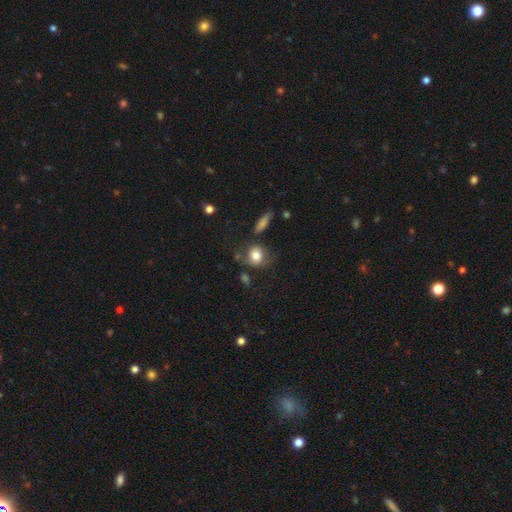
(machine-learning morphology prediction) Overall: smooth (80%). How rounded: round (69%). Merging: none (64%).